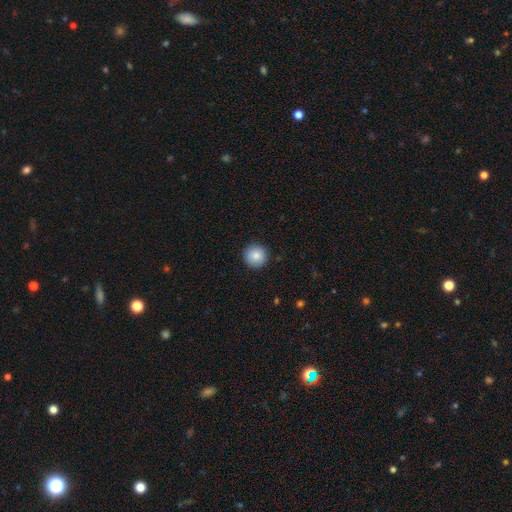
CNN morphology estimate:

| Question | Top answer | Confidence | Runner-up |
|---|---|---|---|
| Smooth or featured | smooth | 86% | star or artifact (8%) |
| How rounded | round | 96% | in between (3%) |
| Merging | none | 91% | minor disturbance (6%) |